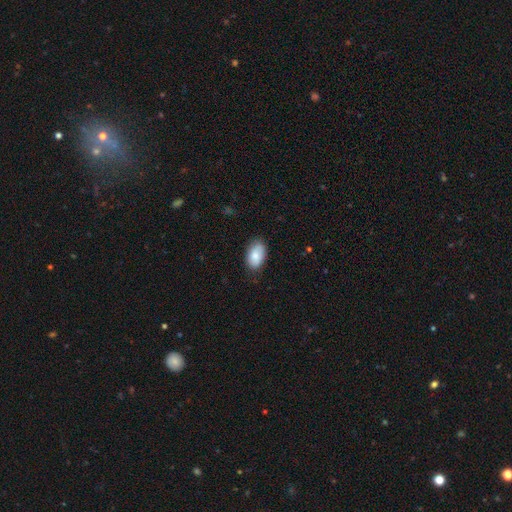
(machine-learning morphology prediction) This appears to be a smooth galaxy with no disk features (84%) that is in between round and cigar-shaped (93%). Merging: none (80%).